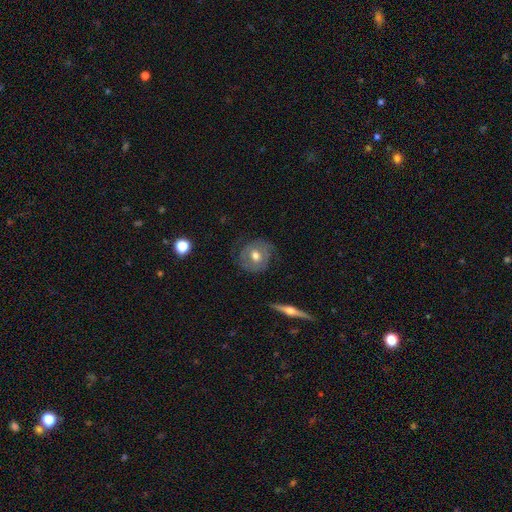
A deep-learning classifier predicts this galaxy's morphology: This is possibly a featured or disk galaxy (59%). It is clearly not viewed edge-on (94%). Bar: likely no (67%). Spiral arm pattern: likely yes (65%). Central bulge: likely moderate (78%). Merging: likely none (75%).